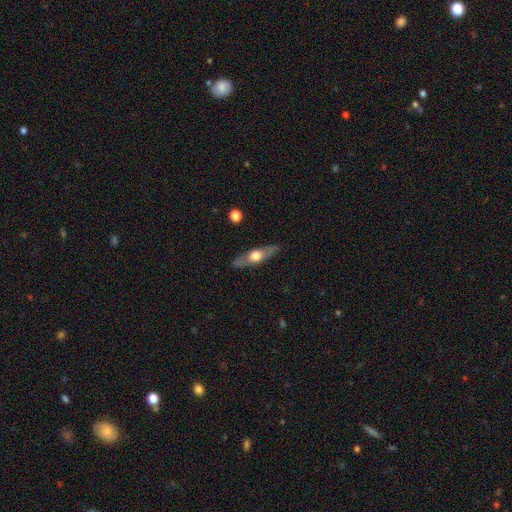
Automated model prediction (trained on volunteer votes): This appears to be a featured or disk galaxy (58%) viewed edge-on (84%). Merging: none (86%).